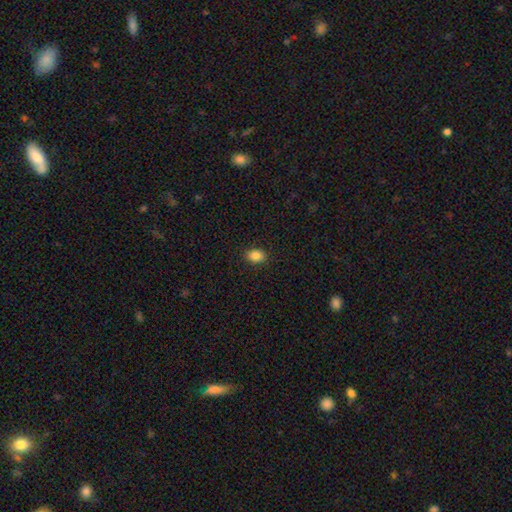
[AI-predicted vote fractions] This is clearly a smooth galaxy (86%). How rounded: likely in between (73%). Merging: clearly none (89%).